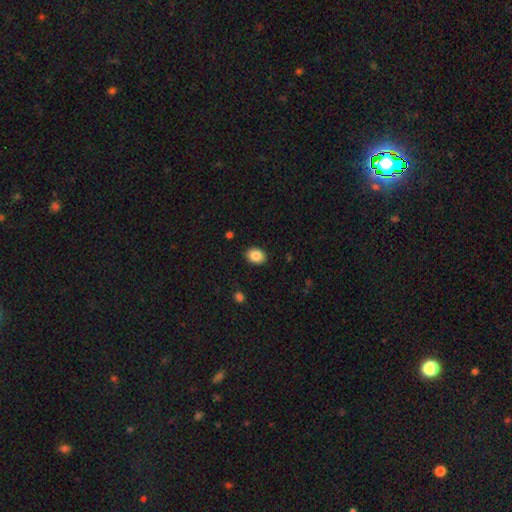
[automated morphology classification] A smooth galaxy with no disk features (86%) that is in between round and cigar-shaped (64%).

Vote fractions:
- Smooth or featured? smooth: 86% / star or artifact: 8% / featured or disk: 5%
- How rounded? in between: 64% / round: 35% / cigar-shaped: 1%
- Merging? none: 89% / minor disturbance: 8% / major disturbance: 2% / merger: 1%